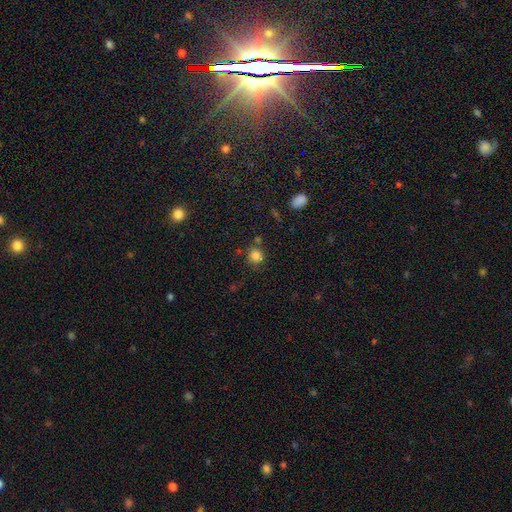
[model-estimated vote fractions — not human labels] Smooth or featured? smooth (83%)
How rounded? round (89%)
Merging? none (74%)